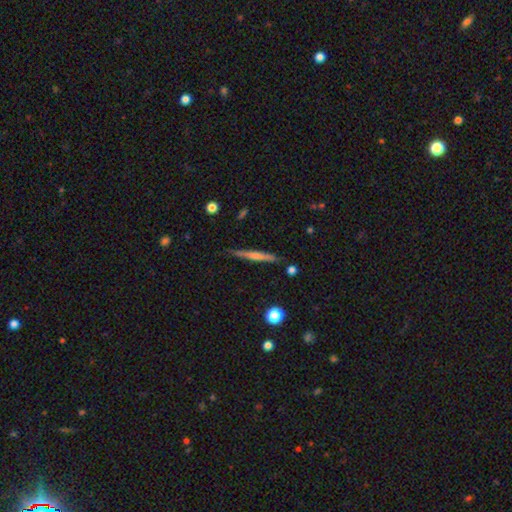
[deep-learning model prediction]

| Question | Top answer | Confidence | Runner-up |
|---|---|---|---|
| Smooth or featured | featured or disk | 68% | smooth (24%) |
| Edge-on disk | yes | 98% | no (2%) |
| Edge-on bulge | rounded | 71% | none (22%) |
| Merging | none | 90% | minor disturbance (7%) |